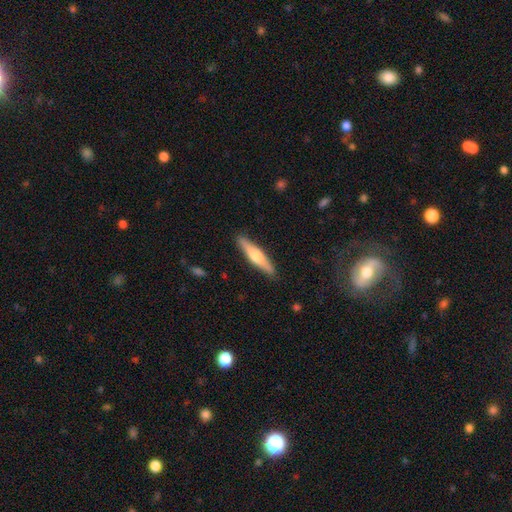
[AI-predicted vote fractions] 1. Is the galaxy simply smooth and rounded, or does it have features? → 48% smooth, 47% featured or disk, 5% star or artifact.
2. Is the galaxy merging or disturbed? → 89% none, 8% minor disturbance, 2% major disturbance, 1% merger.